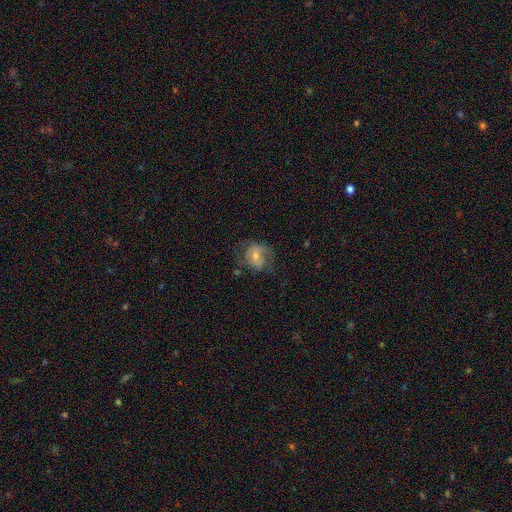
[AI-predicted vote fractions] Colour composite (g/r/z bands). It shows a featured or disk galaxy (59%) with no bar (48%), spiral arms (75%) and a moderate central bulge (46%, tied with small). Merging: none (59%).